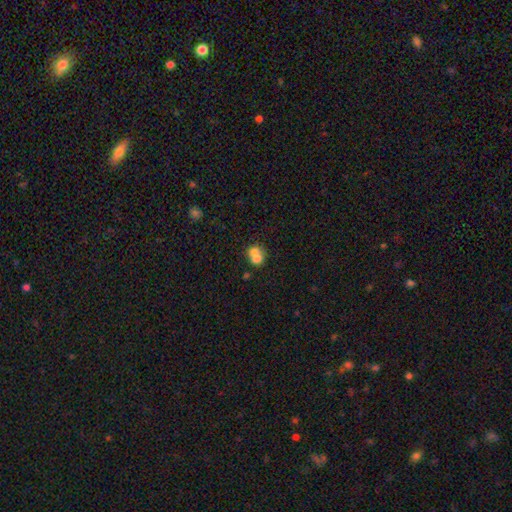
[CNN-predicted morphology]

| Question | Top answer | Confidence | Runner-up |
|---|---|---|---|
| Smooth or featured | smooth | 68% | featured or disk (22%) |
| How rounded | round | 67% | in between (32%) |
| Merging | merger | 65% | none (25%) |